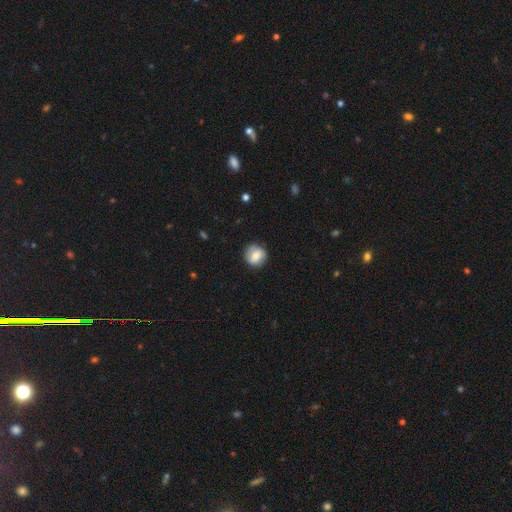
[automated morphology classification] Smooth or featured?
  - smooth: 71% *
  - featured or disk: 21%
  - star or artifact: 8%
How rounded?
  - round: 88% *
  - in between: 11%
  - cigar-shaped: 1%
Merging?
  - none: 83% *
  - minor disturbance: 13%
  - major disturbance: 3%
  - merger: 1%